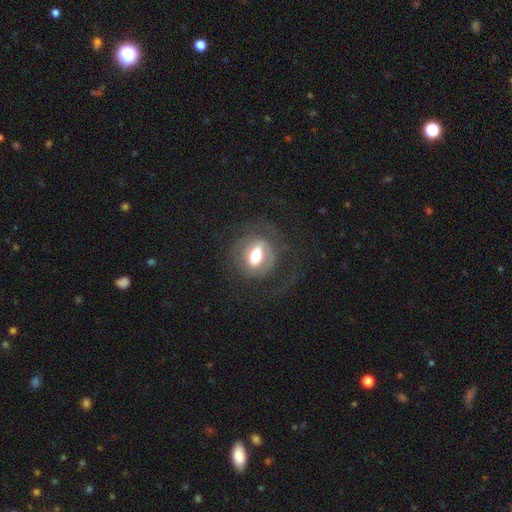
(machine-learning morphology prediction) smooth_or_featured: featured or disk (p=0.53) [alt: smooth p=0.38]
disk_edge_on: no (p=0.91) [alt: yes p=0.09]
merging: none (p=0.62) [alt: major disturbance p=0.21]